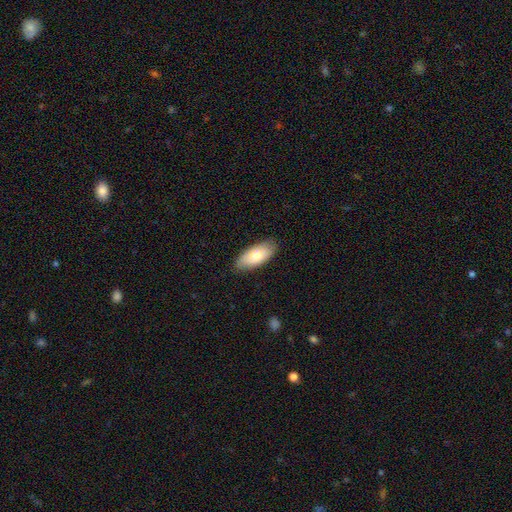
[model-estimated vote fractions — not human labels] Smooth or featured? Predicted: smooth (p=0.72). How rounded? Predicted: in between (p=0.88). Merging? Predicted: none (p=0.84).